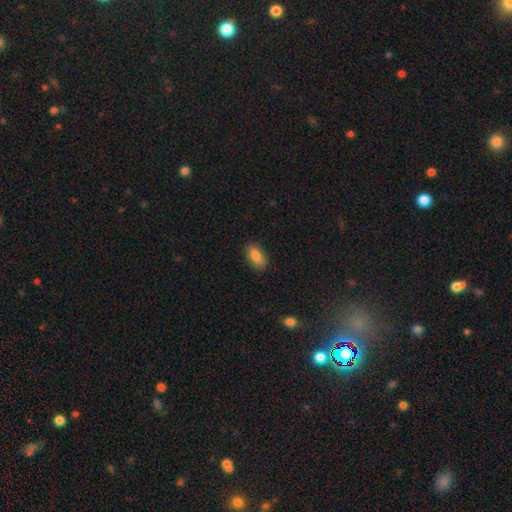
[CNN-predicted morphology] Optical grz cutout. It shows a smooth galaxy with no disk features (85%) that is in between round and cigar-shaped (90%). Merging: none (85%).